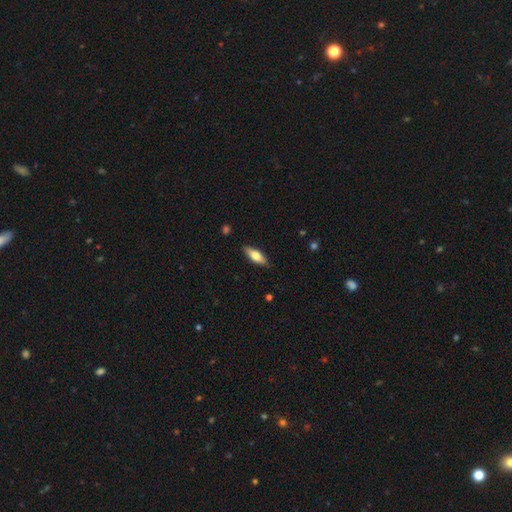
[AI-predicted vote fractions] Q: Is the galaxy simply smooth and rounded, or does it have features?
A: smooth — 64%.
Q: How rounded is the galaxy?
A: in between — 60%.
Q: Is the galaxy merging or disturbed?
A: none — 87%.